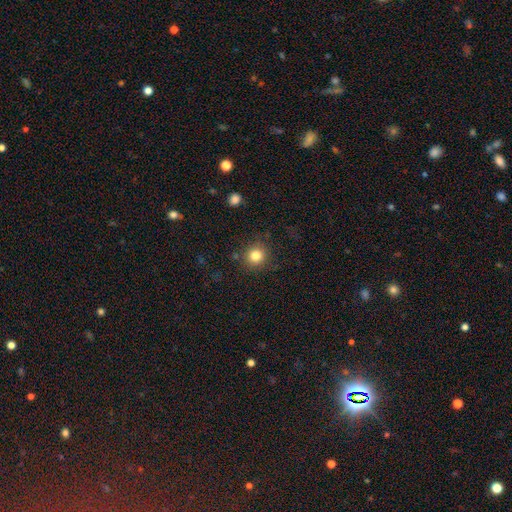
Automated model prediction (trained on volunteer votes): smooth 82%, star or artifact 12%, featured or disk 6%. Down the decision tree: how rounded — round (91%); merging — none (86%).